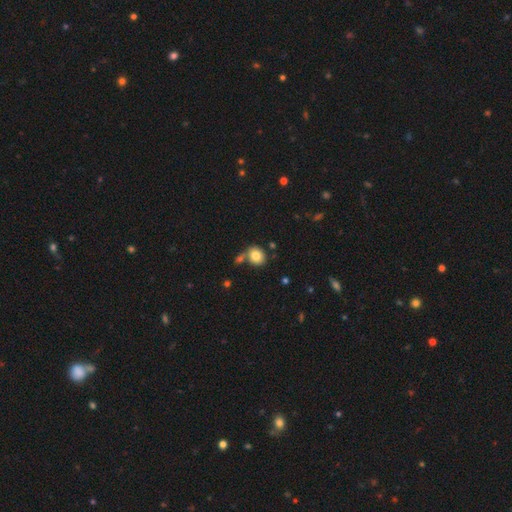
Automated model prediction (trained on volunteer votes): A smooth galaxy with no disk features (81%) that is round (71%). Merging: none (64%).